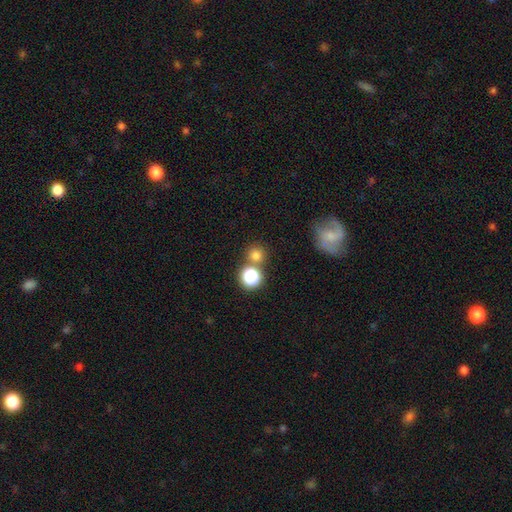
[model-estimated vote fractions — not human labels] A smooth galaxy with no disk features (75%) that is round (91%). Merging: none (70%).